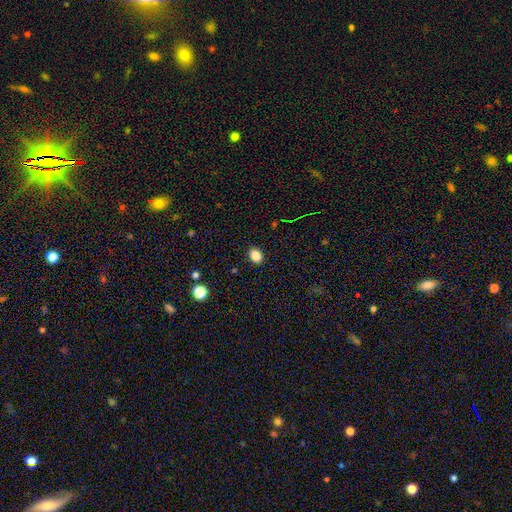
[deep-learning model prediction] The model was most divided on "how rounded": in between: 62%, round: 37%, cigar-shaped: 1%. More confident: merging — none (89%); smooth or featured — smooth (85%).